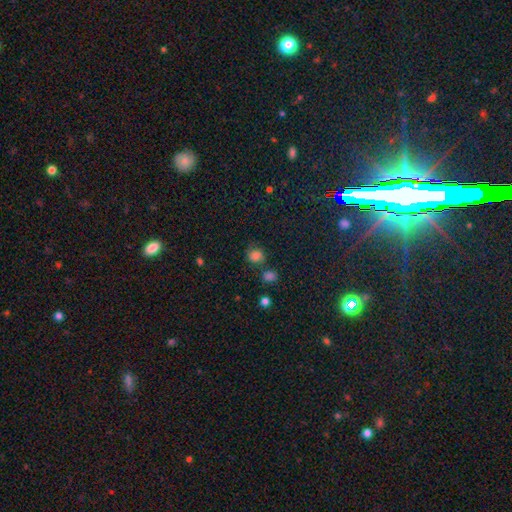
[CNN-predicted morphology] Smooth or featured? Predicted: smooth (p=0.78). How rounded? Predicted: round (p=0.79). Merging? Predicted: none (p=0.62).